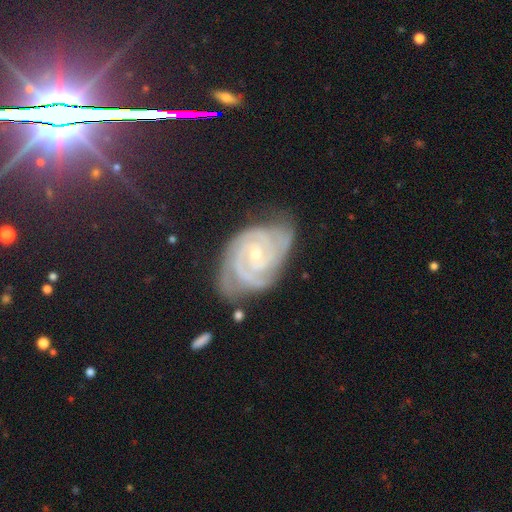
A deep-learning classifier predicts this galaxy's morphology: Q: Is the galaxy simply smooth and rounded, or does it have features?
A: featured or disk — 89%.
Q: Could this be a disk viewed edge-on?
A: no — 97%.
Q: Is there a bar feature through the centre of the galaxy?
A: no — 60%.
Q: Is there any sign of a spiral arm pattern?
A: yes — 98%.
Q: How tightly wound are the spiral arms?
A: tight — 77%.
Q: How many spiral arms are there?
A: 3 — 35%.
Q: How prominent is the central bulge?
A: small — 70%.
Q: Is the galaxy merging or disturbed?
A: none — 60%.